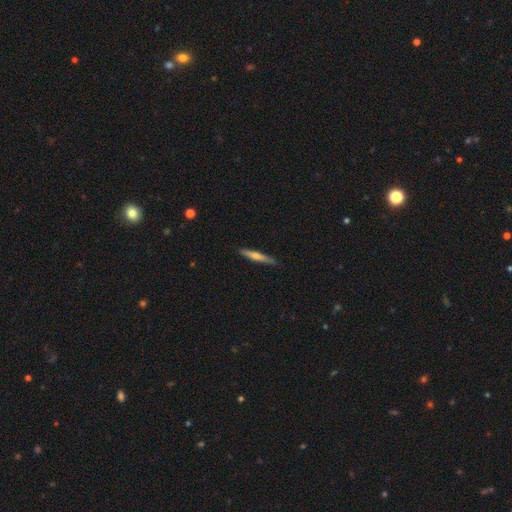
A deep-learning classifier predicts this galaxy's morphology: A smooth galaxy with no disk features (50%).

Vote fractions:
- Smooth or featured? smooth: 50% / featured or disk: 45% / star or artifact: 6%
- Merging? none: 88% / minor disturbance: 9% / major disturbance: 1% / merger: 1%